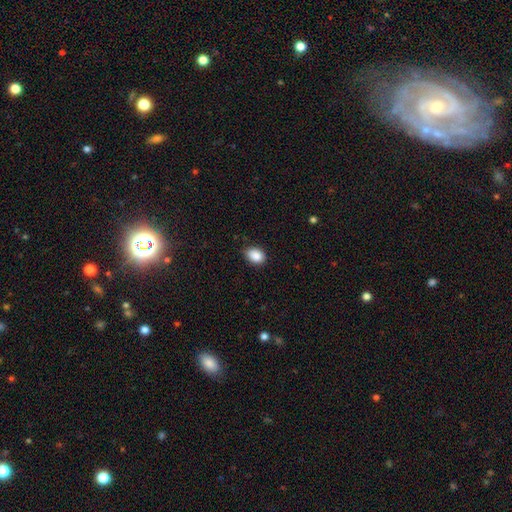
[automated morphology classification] type=smooth (88%); roundness=in between (70%); merging=none (75%).